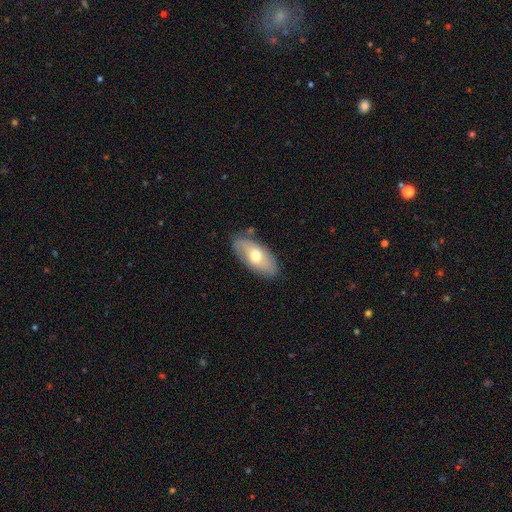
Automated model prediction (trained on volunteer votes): This is possibly a smooth galaxy (59%). How rounded: clearly in between (91%). Merging: likely none (77%).